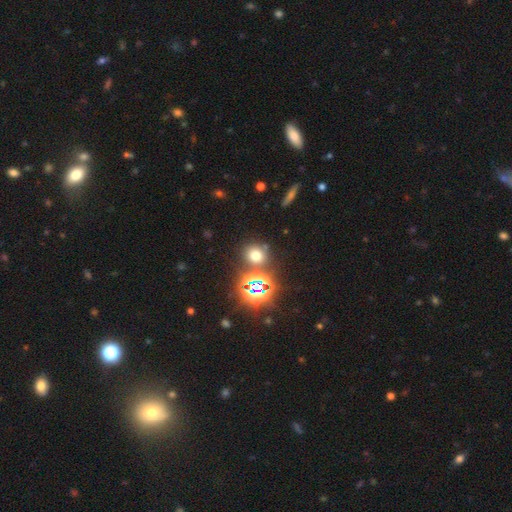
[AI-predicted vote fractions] Smooth or featured?
  - smooth: 57% *
  - star or artifact: 35%
  - featured or disk: 8%
How rounded?
  - round: 80% *
  - in between: 19%
  - cigar-shaped: 1%
Merging?
  - none: 77% *
  - merger: 10%
  - minor disturbance: 9%
  - major disturbance: 4%